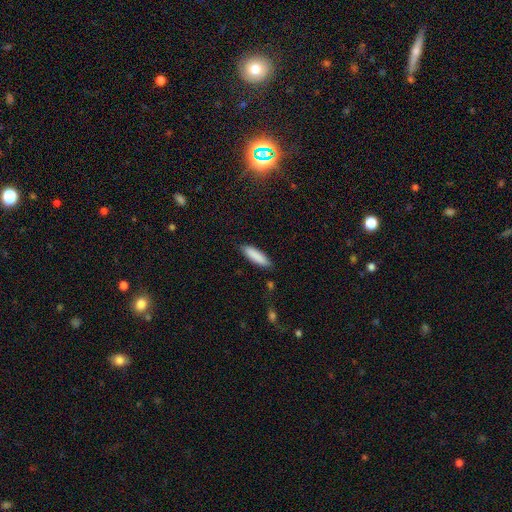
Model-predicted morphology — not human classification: smooth 88%, featured or disk 6%, star or artifact 6%. Down the decision tree: how rounded — cigar-shaped (61%); merging — none (86%).